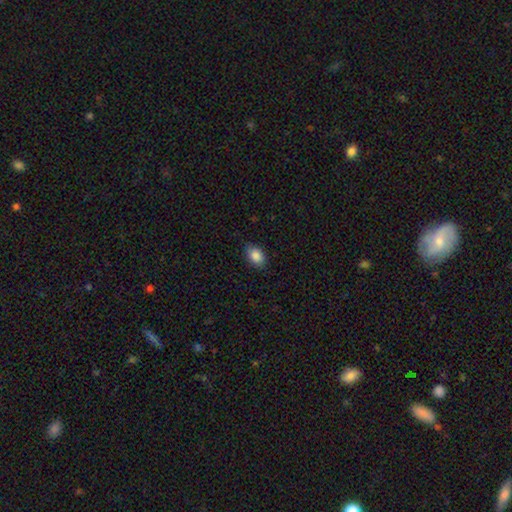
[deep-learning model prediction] This appears to be a smooth galaxy with no disk features (87%) that is in between round and cigar-shaped (83%). Merging: none (81%).